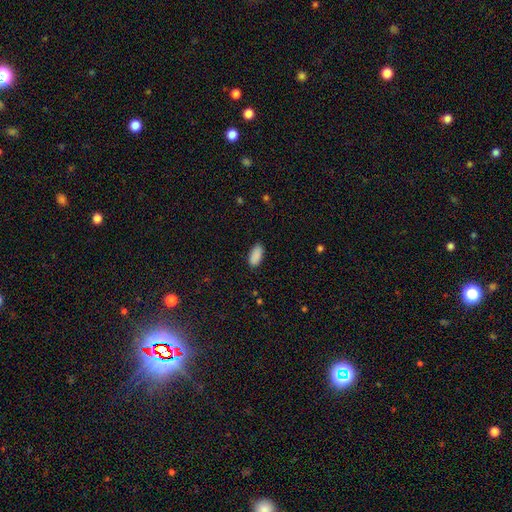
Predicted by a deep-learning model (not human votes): Morphology: type=smooth (90%); roundness=in between (92%); merging=none (88%).